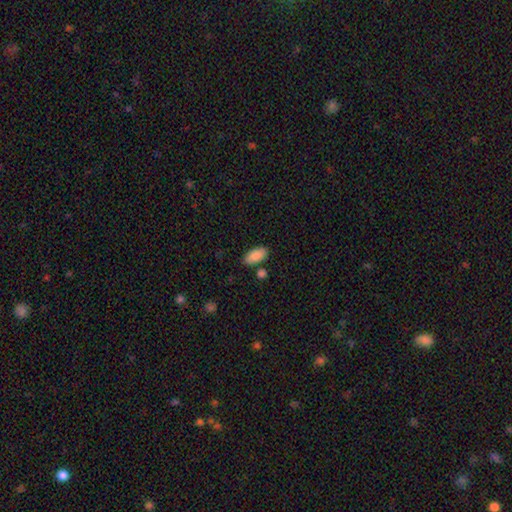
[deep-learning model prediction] Overall: smooth (88%). How rounded: in between (93%). Merging: none (79%).